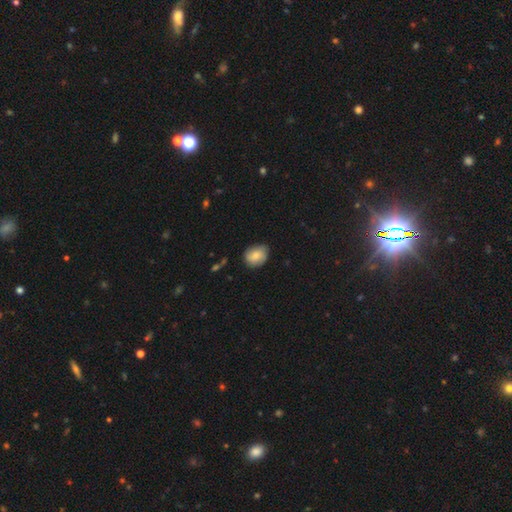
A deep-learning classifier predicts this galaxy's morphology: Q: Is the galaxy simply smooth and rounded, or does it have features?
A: smooth — 77%.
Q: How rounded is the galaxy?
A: round — 50%.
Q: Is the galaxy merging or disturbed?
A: none — 71%.